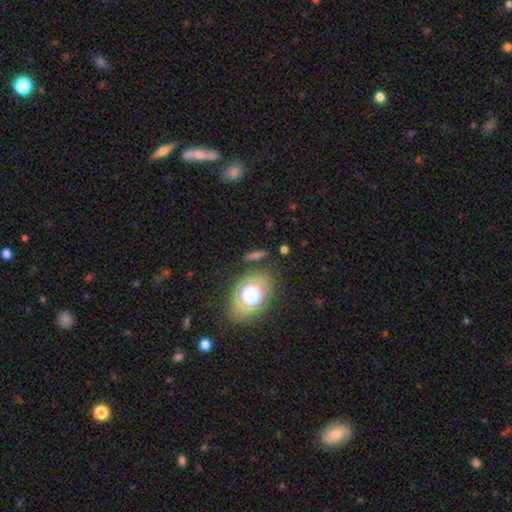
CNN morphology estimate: smooth 56%, star or artifact 25%, featured or disk 19%. Down the decision tree: how rounded — in between (62%); merging — none (78%).